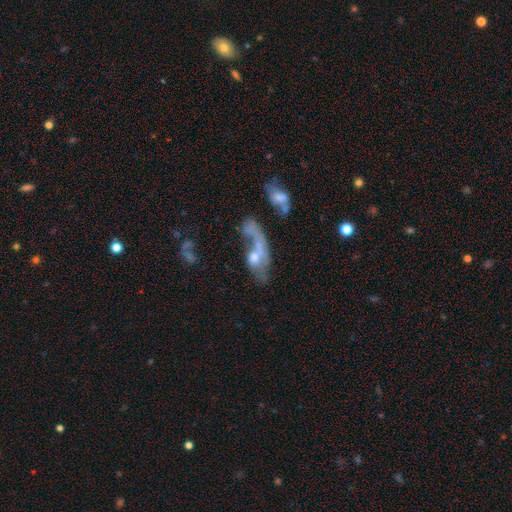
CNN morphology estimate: Smooth or featured: featured or disk — 54% (smooth — 31%)
Edge-on disk: no — 81% (yes — 19%)
Merging: merger — 42% (major disturbance — 24%)